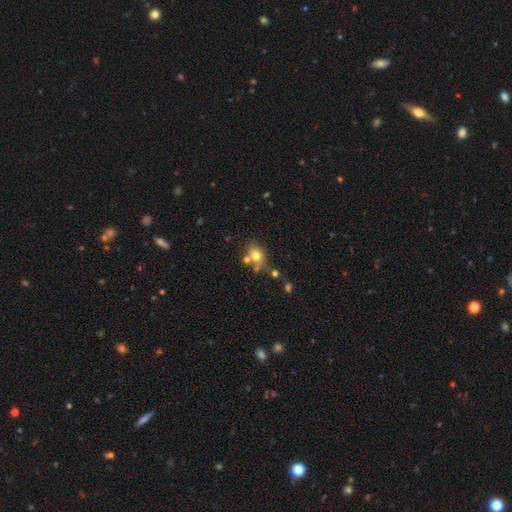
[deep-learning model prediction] Smooth or featured: smooth — 70% (featured or disk — 17%)
How rounded: round — 49% (tied with in between — 49%)
Merging: none — 51% (merger — 26%)